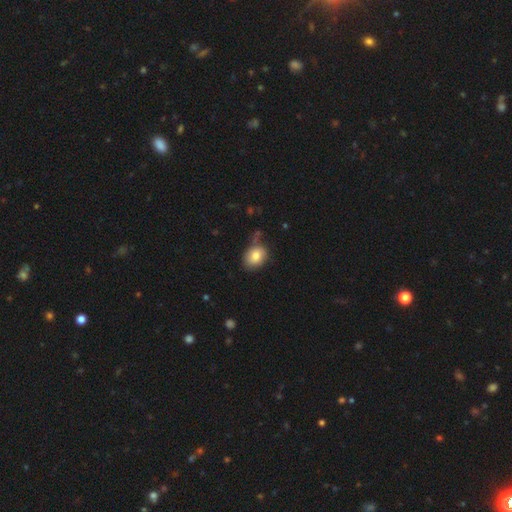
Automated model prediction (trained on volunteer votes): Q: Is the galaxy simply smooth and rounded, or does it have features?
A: smooth — 81%.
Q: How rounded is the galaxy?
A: in between — 61%.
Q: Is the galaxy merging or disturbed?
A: none — 64%.